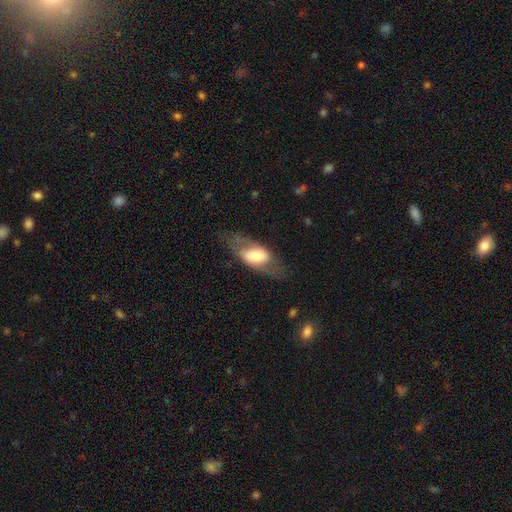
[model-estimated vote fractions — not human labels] Smooth or featured? featured or disk (48%)
Merging? none (69%)